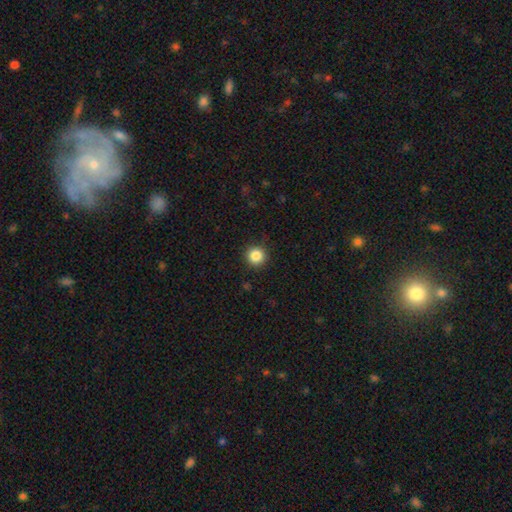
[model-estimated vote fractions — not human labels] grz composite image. It shows a smooth galaxy with no disk features (85%) that is round (95%). Merging: none (91%).